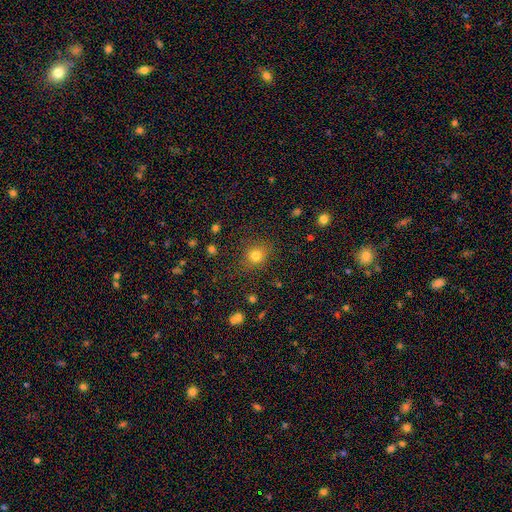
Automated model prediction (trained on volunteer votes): Smooth or featured: smooth — 80% (star or artifact — 14%)
How rounded: round — 82% (in between — 17%)
Merging: none — 84% (minor disturbance — 10%)